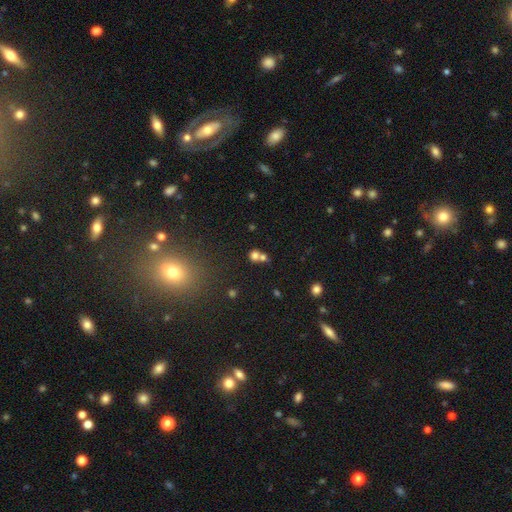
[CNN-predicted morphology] A smooth galaxy with no disk features (70%) that is round (75%).

Vote fractions:
- Smooth or featured? smooth: 70% / star or artifact: 19% / featured or disk: 12%
- How rounded? round: 75% / in between: 23% / cigar-shaped: 1%
- Merging? merger: 50% / none: 38% / minor disturbance: 7% / major disturbance: 4%